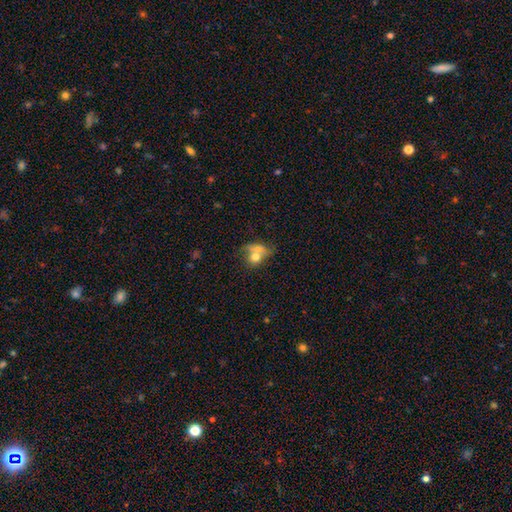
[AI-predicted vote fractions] Q: Smooth or featured?
A: smooth (65%); runner-up: featured or disk (25%)
Q: How rounded?
A: round (51%); runner-up: in between (46%)
Q: Merging?
A: merger (61%); runner-up: none (22%)